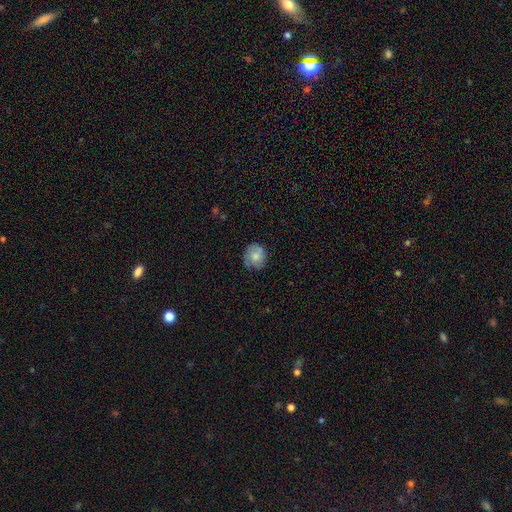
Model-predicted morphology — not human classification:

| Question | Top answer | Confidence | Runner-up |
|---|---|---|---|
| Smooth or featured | smooth | 66% | featured or disk (26%) |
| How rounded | round | 79% | in between (20%) |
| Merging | none | 73% | minor disturbance (21%) |